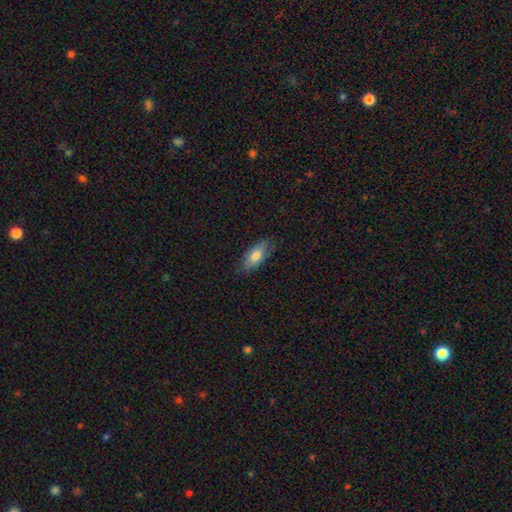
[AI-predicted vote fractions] Overall: smooth (71%). How rounded: in between (84%). Merging: none (80%).